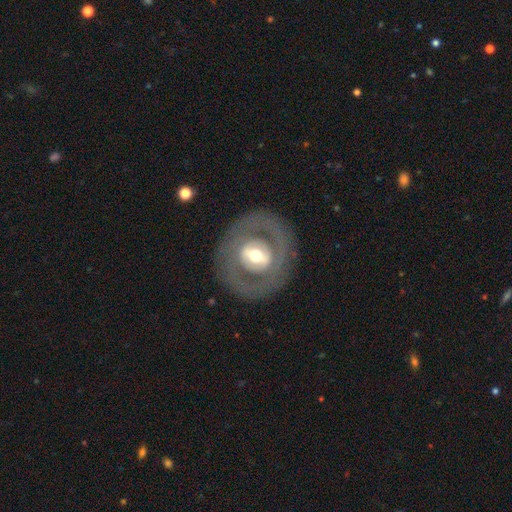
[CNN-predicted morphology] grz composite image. It shows a featured or disk galaxy (68%) with a weak bar (35%), no spiral arms (75%) and a moderate central bulge (64%). Merging: none (81%).